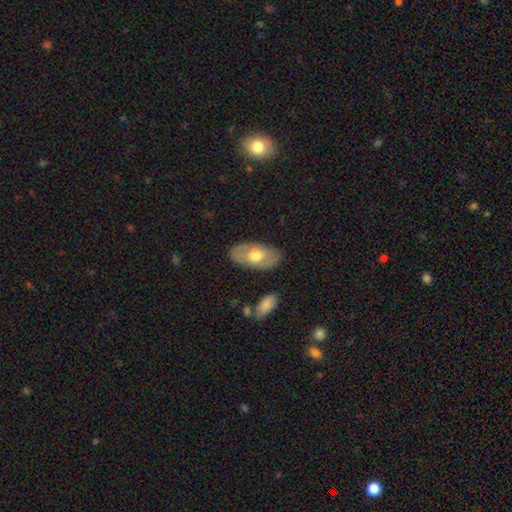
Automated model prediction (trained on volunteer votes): A smooth galaxy with no disk features (48%).

Vote fractions:
- Smooth or featured? smooth: 48% / featured or disk: 47% / star or artifact: 5%
- Merging? none: 81% / minor disturbance: 13% / major disturbance: 4% / merger: 2%